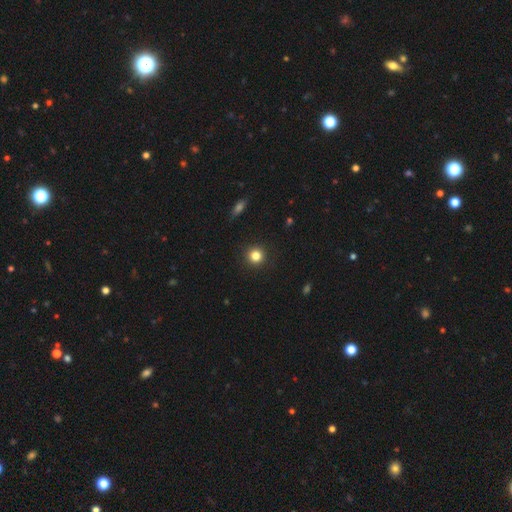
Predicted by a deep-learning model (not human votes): A smooth galaxy with no disk features (83%) that is round (93%). Merging: none (92%).